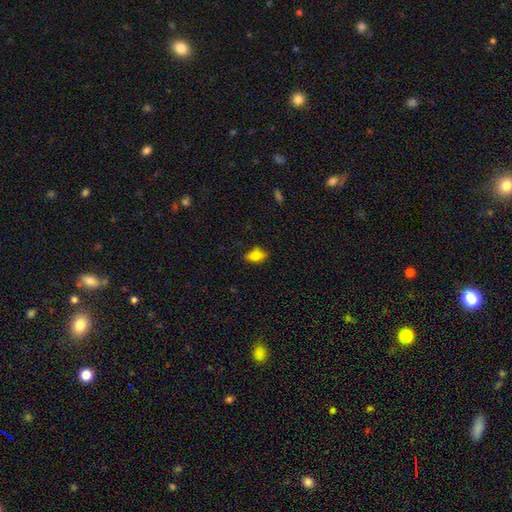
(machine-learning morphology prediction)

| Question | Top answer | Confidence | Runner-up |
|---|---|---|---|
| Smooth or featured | smooth | 77% | featured or disk (14%) |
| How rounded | in between | 84% | round (8%) |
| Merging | none | 76% | minor disturbance (19%) |